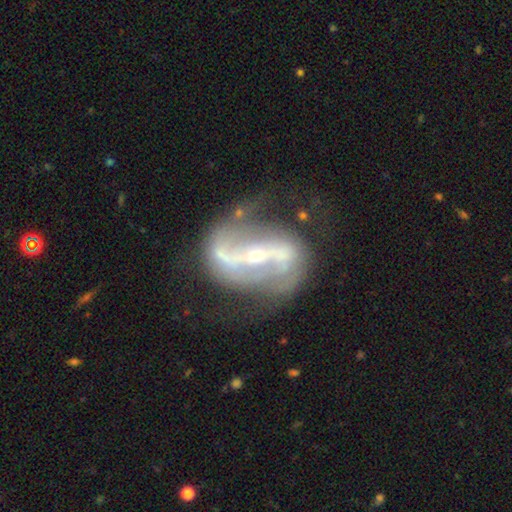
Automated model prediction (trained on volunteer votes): A featured or disk galaxy (89%) with a strong bar (69%), 2 (90%) loose (47%) spiral arms (93%) and a small central bulge (73%).

Vote fractions:
- Smooth or featured? featured or disk: 89% / star or artifact: 6% / smooth: 5%
- Edge-on disk? no: 95% / yes: 5%
- Bar? strong: 69% / weak: 18% / no: 13%
- Spiral arms? yes: 93% / no: 7%
- Spiral winding? loose: 47% / medium: 38% / tight: 14%
- Spiral arm count? 2: 90% / can't tell: 4% / 1: 2% / 3: 2% / 4: 1% / more than 4: 1%
- Bulge size? small: 73% / moderate: 24% / large: 1% / none: 1% / dominant: 1%
- Merging? none: 63% / minor disturbance: 19% / major disturbance: 15% / merger: 3%